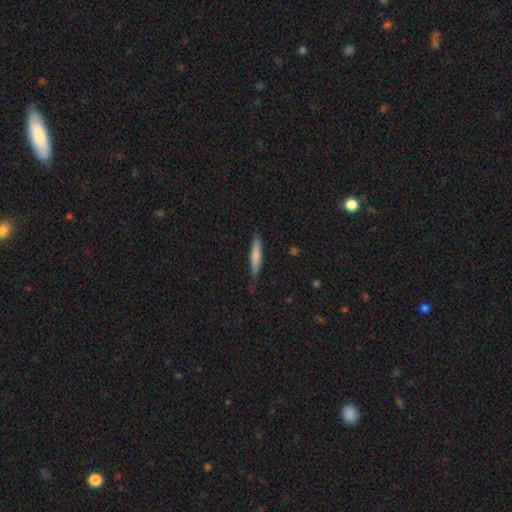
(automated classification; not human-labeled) A smooth galaxy with no disk features (71%) that is cigar-shaped (89%).

Vote fractions:
- Smooth or featured? smooth: 71% / featured or disk: 24% / star or artifact: 5%
- How rounded? cigar-shaped: 89% / in between: 9% / round: 1%
- Merging? none: 75% / minor disturbance: 20% / major disturbance: 3% / merger: 1%